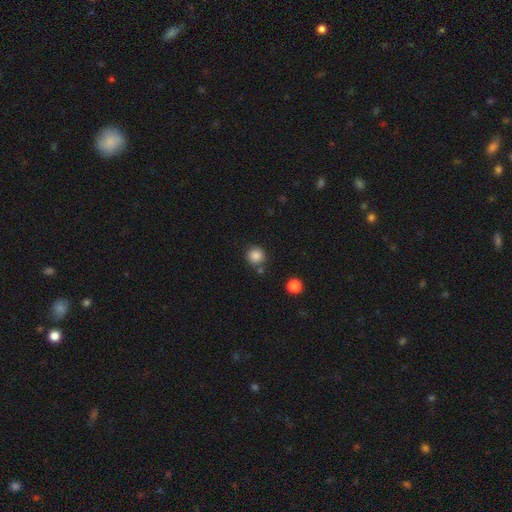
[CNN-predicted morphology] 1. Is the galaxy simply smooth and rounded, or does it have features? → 85% smooth, 11% star or artifact, 5% featured or disk.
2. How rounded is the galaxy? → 92% round, 7% in between, 1% cigar-shaped.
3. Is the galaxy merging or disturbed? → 77% none, 12% minor disturbance, 8% merger, 3% major disturbance.